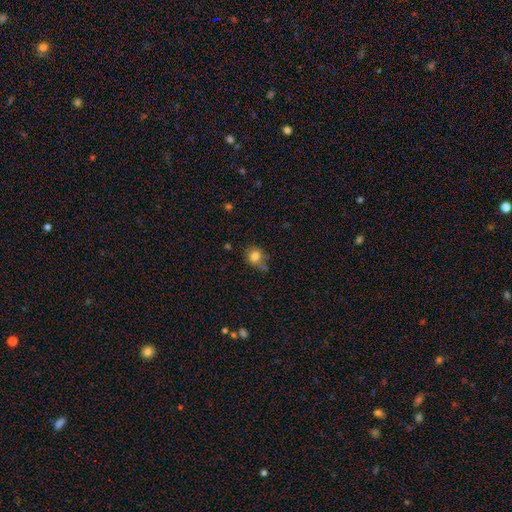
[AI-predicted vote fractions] The model was most divided on "merging": none: 47%, minor disturbance: 33%, major disturbance: 14%, merger: 6%. More confident: smooth or featured — smooth (80%); how rounded — round (69%).